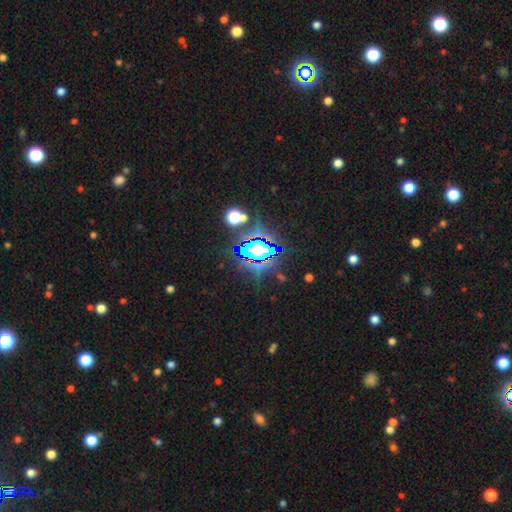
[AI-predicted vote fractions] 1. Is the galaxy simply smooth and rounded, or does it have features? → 85% star or artifact, 9% smooth, 7% featured or disk.